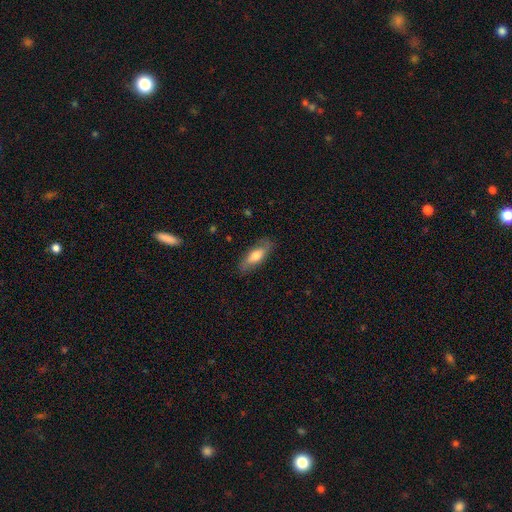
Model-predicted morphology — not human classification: A smooth galaxy with no disk features (63%) that is in between round and cigar-shaped (67%).

Vote fractions:
- Smooth or featured? smooth: 63% / featured or disk: 31% / star or artifact: 6%
- How rounded? in between: 67% / cigar-shaped: 30% / round: 3%
- Merging? none: 80% / minor disturbance: 15% / major disturbance: 4% / merger: 1%